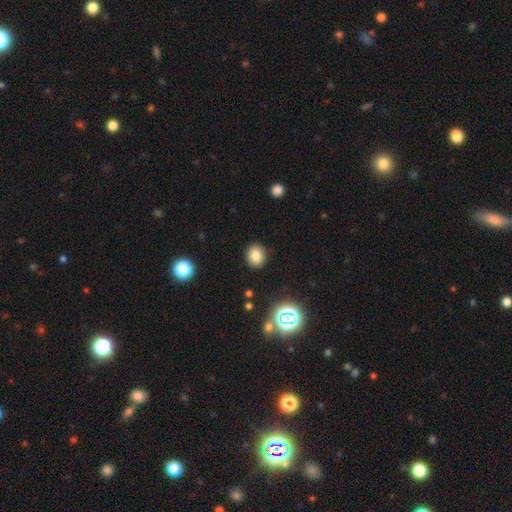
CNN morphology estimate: Smooth or featured? smooth (80%)
How rounded? round (69%)
Merging? none (90%)